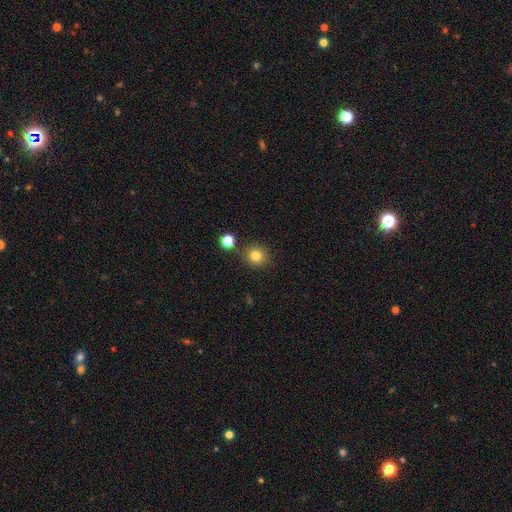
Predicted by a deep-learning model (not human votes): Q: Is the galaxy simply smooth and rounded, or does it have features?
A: smooth — 82%.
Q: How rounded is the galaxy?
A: round — 93%.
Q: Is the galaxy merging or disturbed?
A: none — 85%.